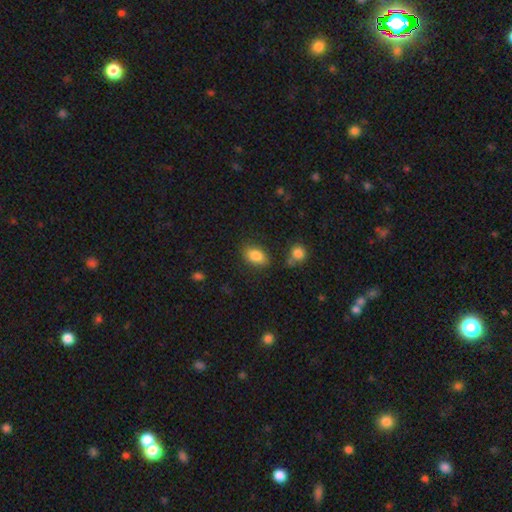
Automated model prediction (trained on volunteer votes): smooth 85%, star or artifact 9%, featured or disk 6%. Down the decision tree: how rounded — in between (87%); merging — none (77%).